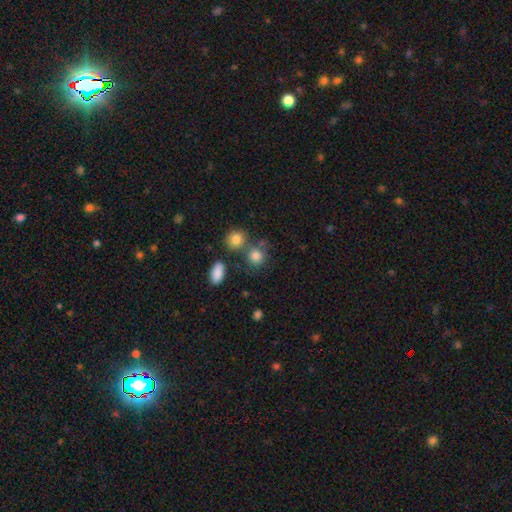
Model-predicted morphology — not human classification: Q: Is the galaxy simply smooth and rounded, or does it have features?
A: smooth — 83%.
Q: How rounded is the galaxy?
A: round — 79%.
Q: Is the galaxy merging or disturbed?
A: none — 61%.